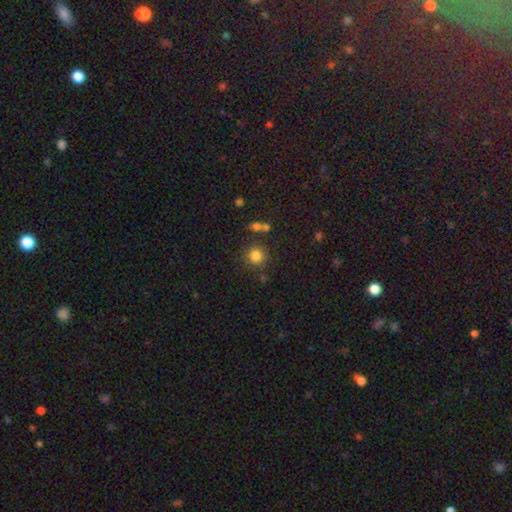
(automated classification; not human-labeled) The model was most divided on "merging": none: 79%, minor disturbance: 10%, merger: 7%, major disturbance: 4%. More confident: how rounded — round (90%); smooth or featured — smooth (82%).